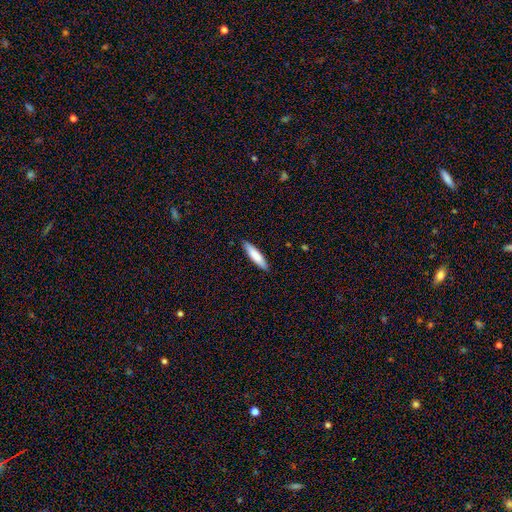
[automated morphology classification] type=smooth (82%); roundness=cigar-shaped (77%); merging=none (89%).